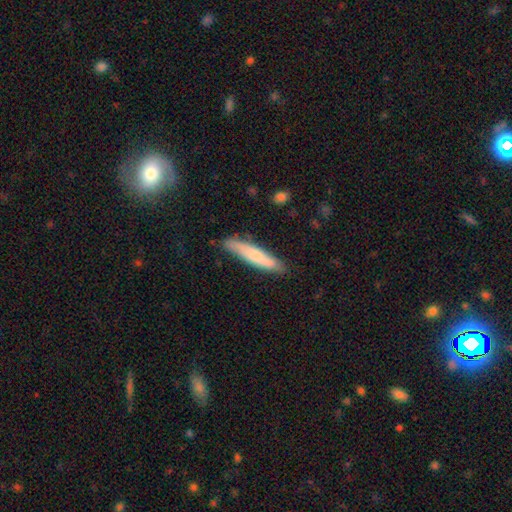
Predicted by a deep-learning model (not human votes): A smooth galaxy with no disk features (68%) that is cigar-shaped (89%). Merging: none (82%).